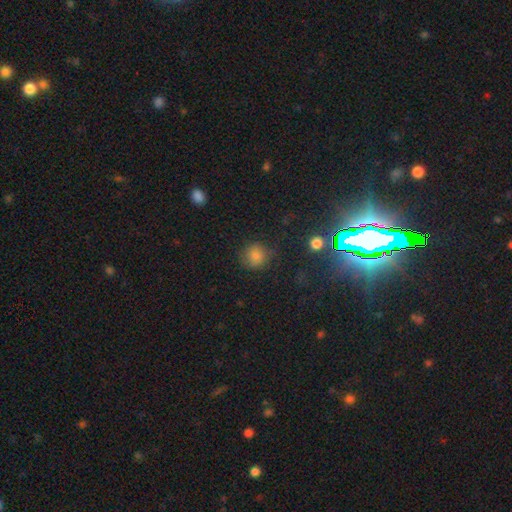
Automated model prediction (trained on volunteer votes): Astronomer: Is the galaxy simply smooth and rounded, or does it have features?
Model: smooth — 75%.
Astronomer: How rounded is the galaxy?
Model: round — 89%.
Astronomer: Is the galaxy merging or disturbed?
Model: none — 82%.